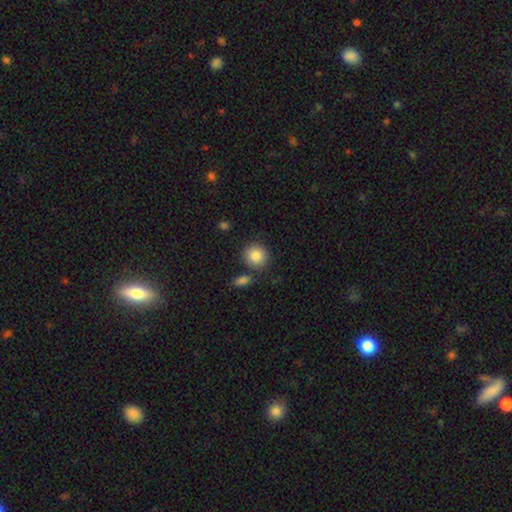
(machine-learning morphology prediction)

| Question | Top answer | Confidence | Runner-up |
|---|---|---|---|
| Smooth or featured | smooth | 86% | star or artifact (8%) |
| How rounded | round | 88% | in between (11%) |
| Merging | none | 78% | minor disturbance (10%) |